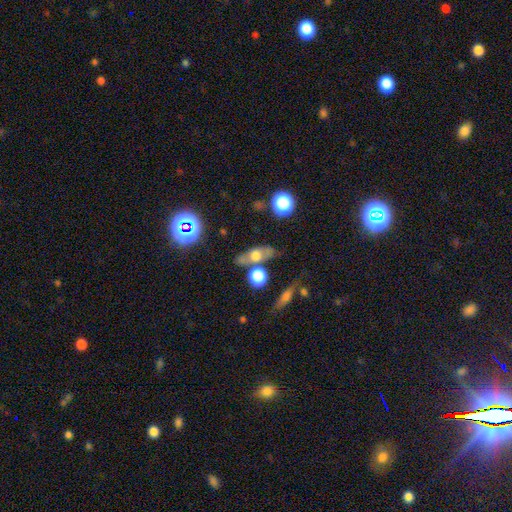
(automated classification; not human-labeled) Overall: smooth (48%; featured or disk 39%). Merging: none (65%).